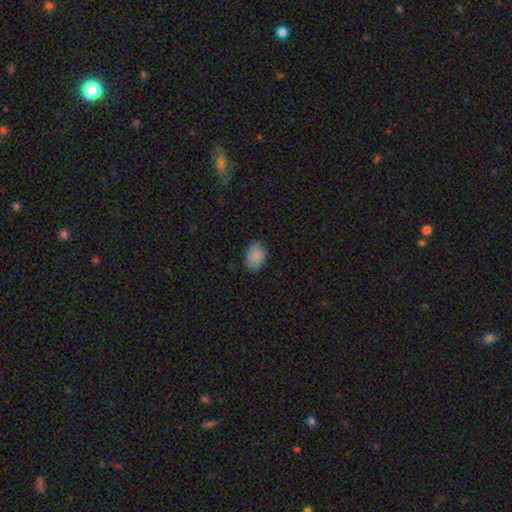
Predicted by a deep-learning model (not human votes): The model was most divided on "how rounded": in between: 75%, round: 24%, cigar-shaped: 1%. More confident: smooth or featured — smooth (85%); merging — none (79%).